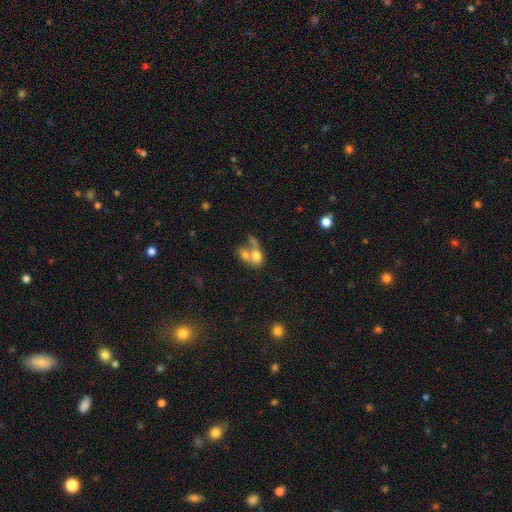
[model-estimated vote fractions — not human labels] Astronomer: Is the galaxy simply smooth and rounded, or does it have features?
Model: smooth — 68%.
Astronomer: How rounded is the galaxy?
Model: in between — 70%.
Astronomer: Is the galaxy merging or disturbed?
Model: merger — 69%.